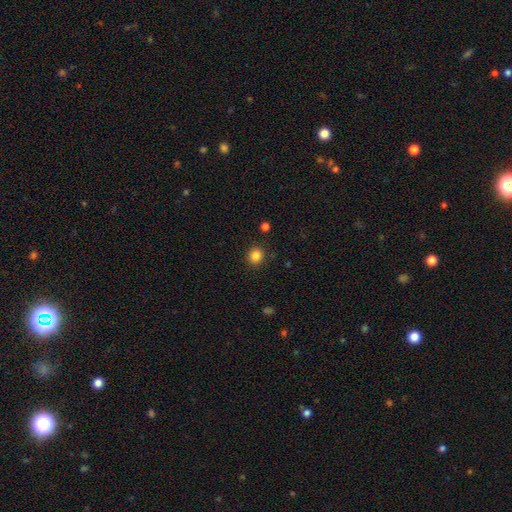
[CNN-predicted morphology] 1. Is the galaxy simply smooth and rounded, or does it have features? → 85% smooth, 11% star or artifact, 4% featured or disk.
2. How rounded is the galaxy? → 83% round, 16% in between, 1% cigar-shaped.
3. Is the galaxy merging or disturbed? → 89% none, 7% minor disturbance, 2% major disturbance, 2% merger.